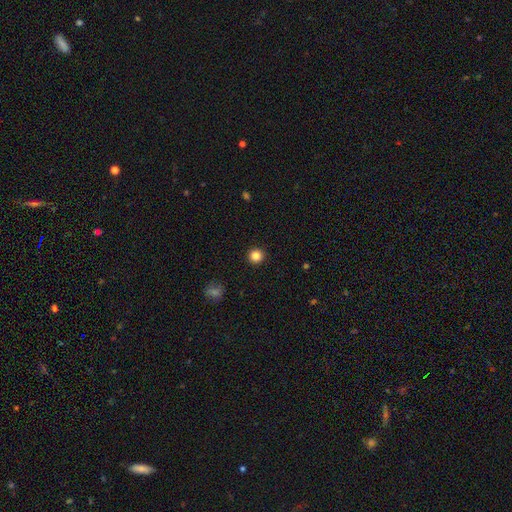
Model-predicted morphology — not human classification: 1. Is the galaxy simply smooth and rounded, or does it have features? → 85% smooth, 11% star or artifact, 4% featured or disk.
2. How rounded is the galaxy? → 96% round, 3% in between, 1% cigar-shaped.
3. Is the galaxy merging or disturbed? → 94% none, 4% minor disturbance, 2% major disturbance, 1% merger.